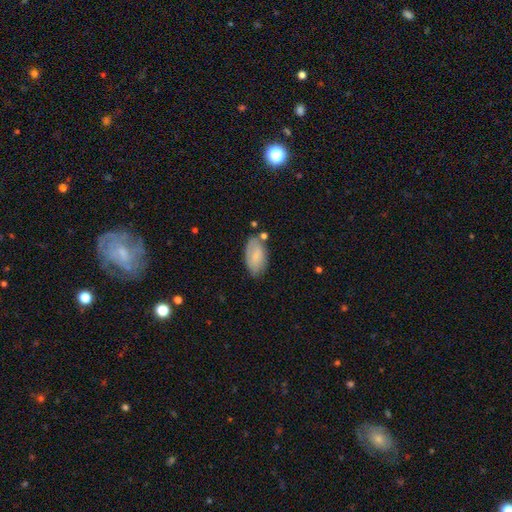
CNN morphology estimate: Overall: smooth (72%). How rounded: in between (94%). Merging: none (66%).